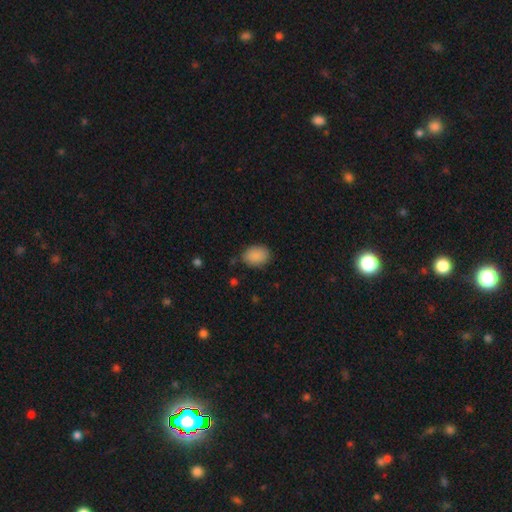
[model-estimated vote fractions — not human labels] smooth 89%, star or artifact 8%, featured or disk 4%. Down the decision tree: how rounded — in between (72%); merging — none (79%).